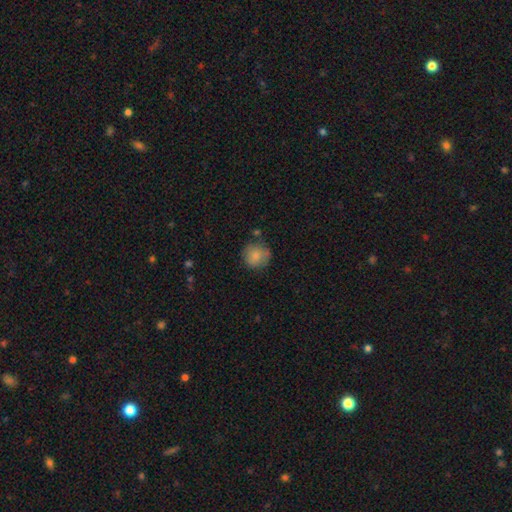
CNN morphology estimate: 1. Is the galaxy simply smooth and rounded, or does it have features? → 84% smooth, 8% featured or disk, 8% star or artifact.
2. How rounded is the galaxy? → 92% round, 7% in between, 1% cigar-shaped.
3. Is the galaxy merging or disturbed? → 75% none, 16% minor disturbance, 4% merger, 4% major disturbance.